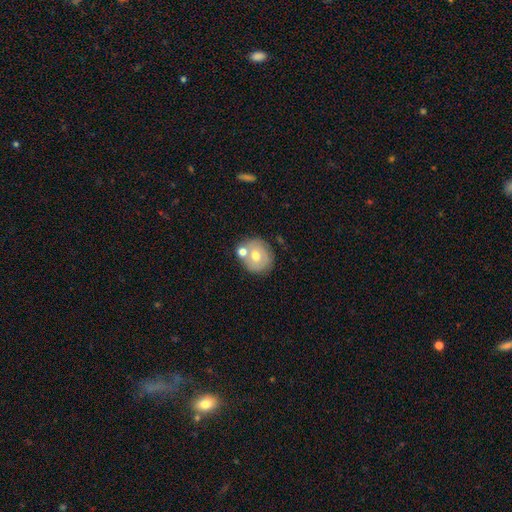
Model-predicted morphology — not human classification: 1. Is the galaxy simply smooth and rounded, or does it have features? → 58% smooth, 34% featured or disk, 8% star or artifact.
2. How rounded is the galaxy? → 80% round, 19% in between, 1% cigar-shaped.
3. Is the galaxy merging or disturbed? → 59% none, 25% merger, 13% minor disturbance, 4% major disturbance.